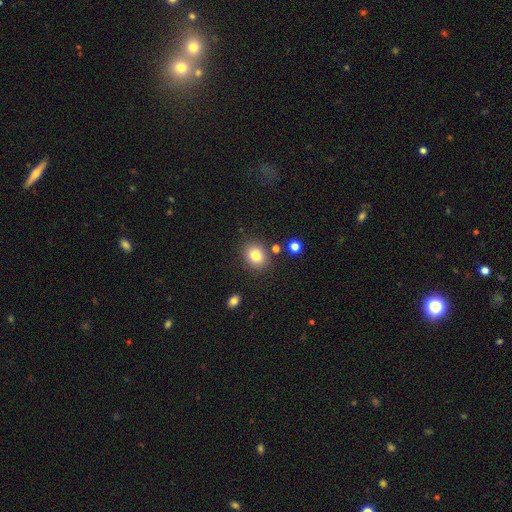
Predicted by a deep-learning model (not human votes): A smooth galaxy with no disk features (81%) that is round (57%).

Vote fractions:
- Smooth or featured? smooth: 81% / star or artifact: 11% / featured or disk: 8%
- How rounded? round: 57% / in between: 42% / cigar-shaped: 1%
- Merging? none: 82% / minor disturbance: 10% / merger: 5% / major disturbance: 3%